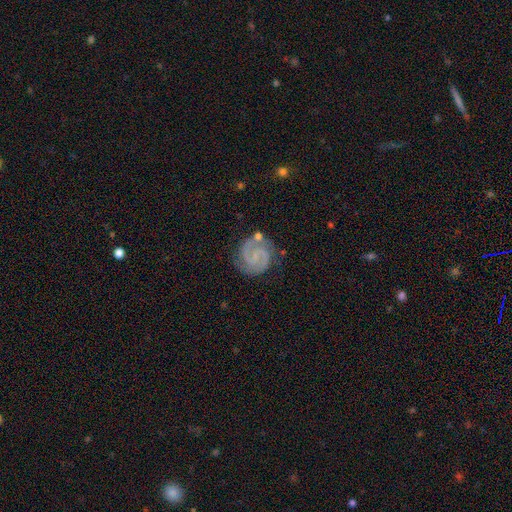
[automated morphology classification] smooth-or-featured: featured or disk: 89% | smooth: 6% | star or artifact: 5%
  disk-edge-on: no: 98% | yes: 2%
    bar: no: 46% | weak: 40% | strong: 14%
    has-spiral-arms: yes: 98% | no: 2%
      spiral-winding: tight: 49% | medium: 44% | loose: 7%
      spiral-arm-count: 2: 90% | 3: 4% | can't tell: 2% | 1: 1% | 4: 1% | more than 4: 1%
    bulge-size: none: 48% | small: 43% | moderate: 7% | large: 1% | dominant: 1%
  merging: none: 79% | minor disturbance: 13% | major disturbance: 5% | merger: 3%